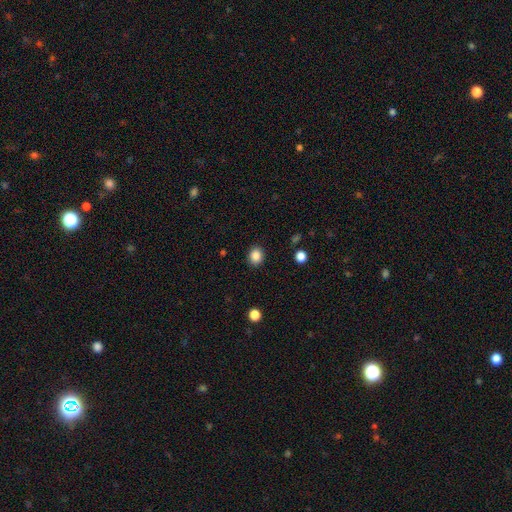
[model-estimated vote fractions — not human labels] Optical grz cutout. It shows a smooth galaxy with no disk features (87%) that is round (66%). Merging: none (90%).